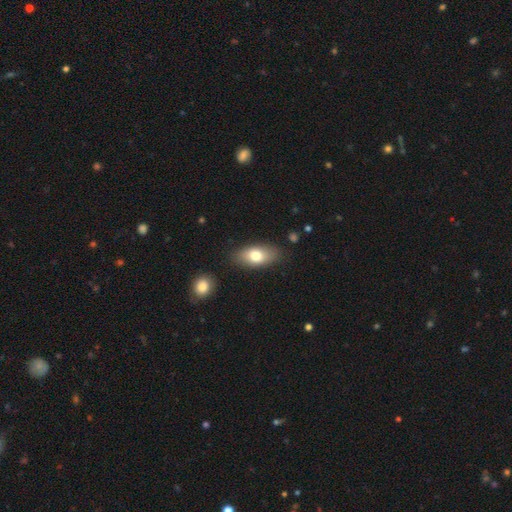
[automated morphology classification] Smooth or featured?
  - smooth: 76% *
  - featured or disk: 18%
  - star or artifact: 7%
How rounded?
  - in between: 89% *
  - cigar-shaped: 7%
  - round: 5%
Merging?
  - none: 83% *
  - minor disturbance: 11%
  - major disturbance: 3%
  - merger: 2%